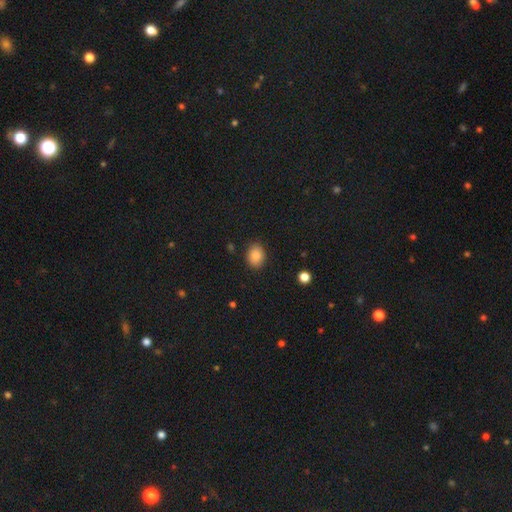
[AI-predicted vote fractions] Q: Smooth or featured?
A: smooth (86%); runner-up: star or artifact (9%)
Q: How rounded?
A: in between (55%); runner-up: round (44%)
Q: Merging?
A: none (87%); runner-up: minor disturbance (9%)